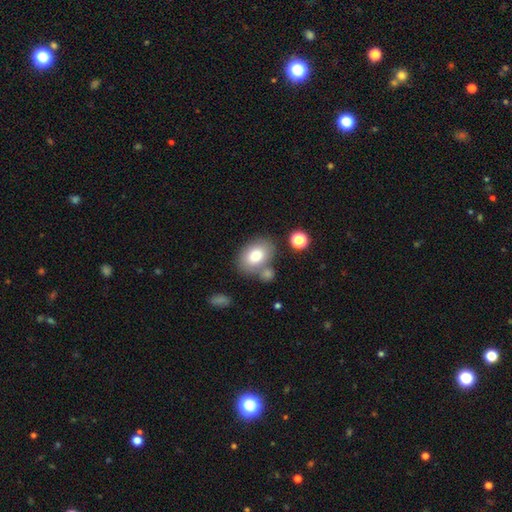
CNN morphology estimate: smooth 80%, featured or disk 12%, star or artifact 8%. Down the decision tree: how rounded — in between (81%); merging — none (63%).